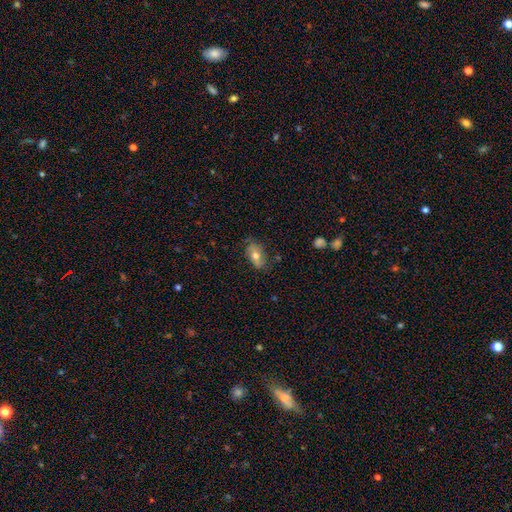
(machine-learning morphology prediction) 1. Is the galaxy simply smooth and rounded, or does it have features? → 65% smooth, 27% featured or disk, 8% star or artifact.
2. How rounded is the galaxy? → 88% in between, 7% round, 5% cigar-shaped.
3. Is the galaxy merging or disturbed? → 73% none, 21% minor disturbance, 5% major disturbance, 2% merger.